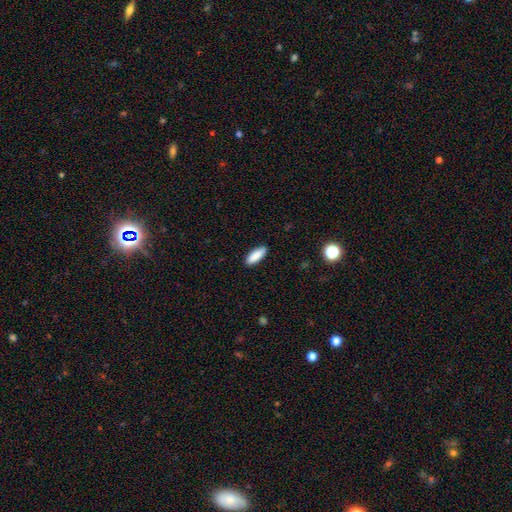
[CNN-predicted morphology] smooth_or_featured: smooth (p=0.89) [alt: star or artifact p=0.06]
how_rounded: in between (p=0.66) [alt: cigar-shaped p=0.33]
merging: none (p=0.89) [alt: minor disturbance p=0.08]